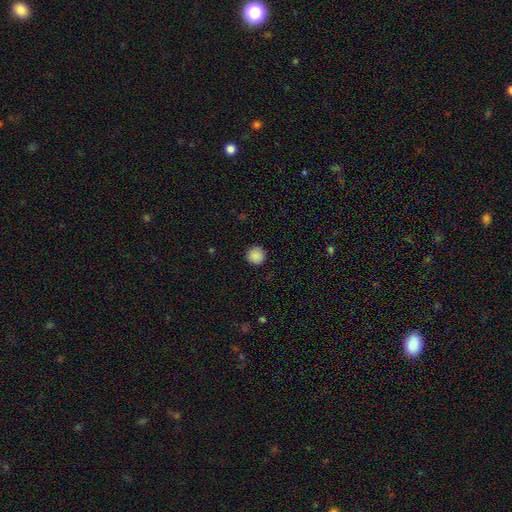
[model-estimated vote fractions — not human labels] Overall: smooth (89%). How rounded: round (96%). Merging: none (92%).